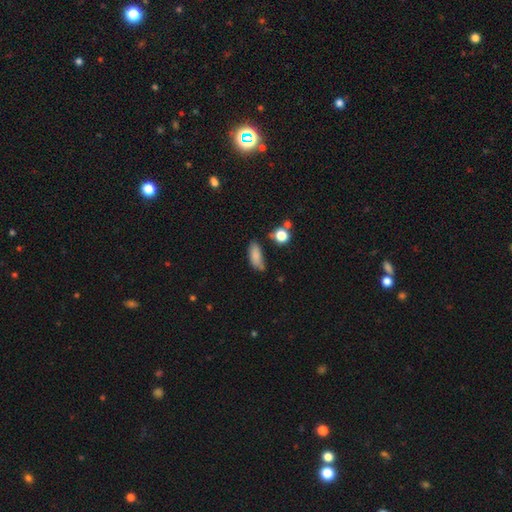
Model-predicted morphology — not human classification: Overall: smooth (81%). How rounded: in between (76%). Merging: none (56%; minor disturbance 29%).